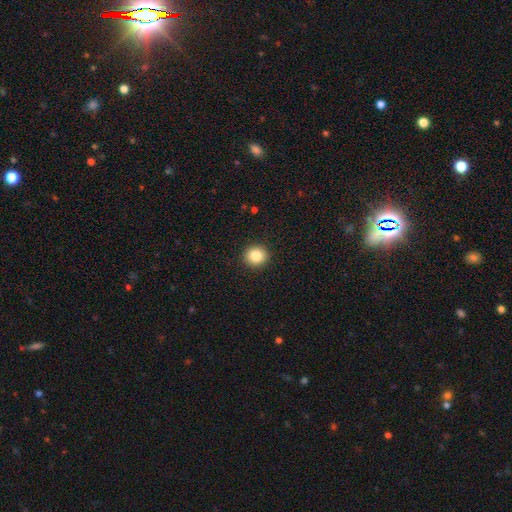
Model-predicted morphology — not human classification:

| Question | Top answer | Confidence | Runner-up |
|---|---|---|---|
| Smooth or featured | smooth | 84% | star or artifact (10%) |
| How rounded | round | 89% | in between (10%) |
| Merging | none | 92% | minor disturbance (5%) |